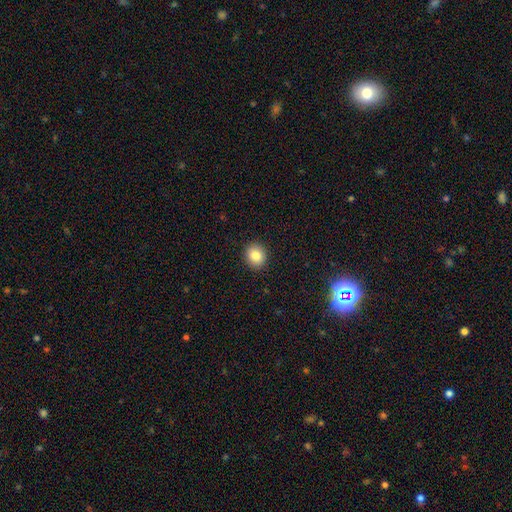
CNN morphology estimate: smooth_or_featured: smooth (p=0.84) [alt: star or artifact p=0.09]
how_rounded: round (p=0.75) [alt: in between p=0.24]
merging: none (p=0.91) [alt: minor disturbance p=0.06]